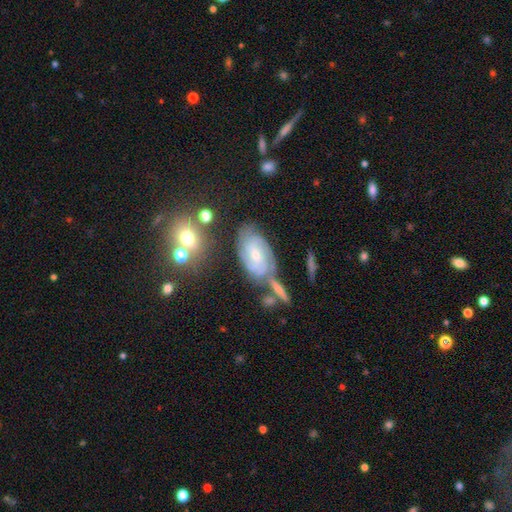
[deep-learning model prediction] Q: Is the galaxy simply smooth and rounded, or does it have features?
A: featured or disk — 73%.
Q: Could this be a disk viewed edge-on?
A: no — 94%.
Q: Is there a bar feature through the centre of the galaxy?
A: no — 50%.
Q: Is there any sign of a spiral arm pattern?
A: yes — 92%.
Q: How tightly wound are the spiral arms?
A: tight — 61%.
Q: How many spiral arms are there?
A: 2 — 34%, tied with can't tell.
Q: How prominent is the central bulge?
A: small — 63%.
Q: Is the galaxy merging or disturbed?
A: none — 58%.